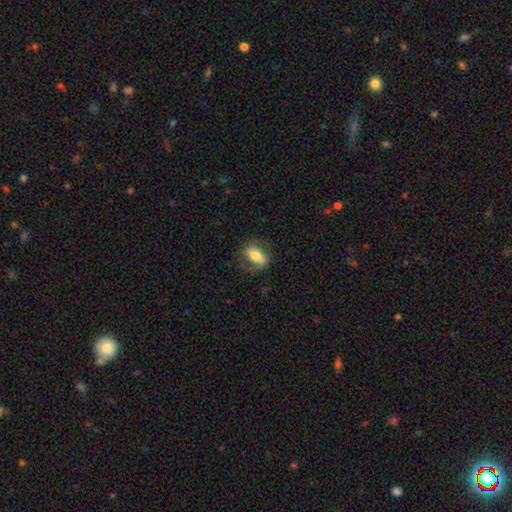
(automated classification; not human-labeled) Smooth or featured? Predicted: smooth (p=0.50). Merging? Predicted: none (p=0.66).